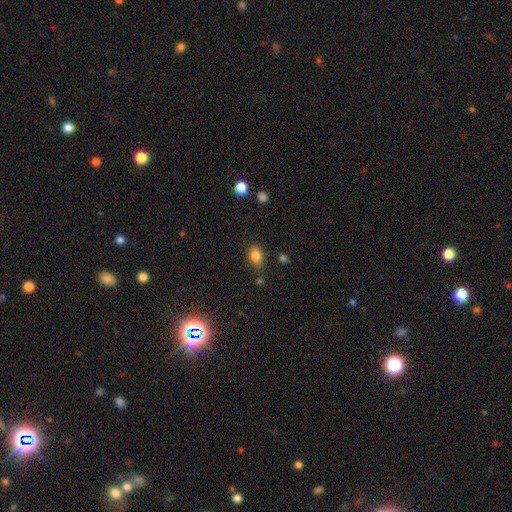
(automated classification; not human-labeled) Smooth or featured? smooth (82%)
How rounded? in between (65%)
Merging? none (76%)